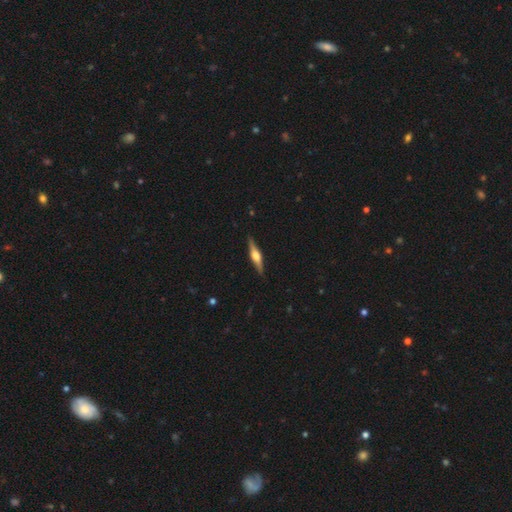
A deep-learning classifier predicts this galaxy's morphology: type=featured or disk (71%); edge-on=yes (97%); edge-on bulge=rounded (89%); merging=none (90%).